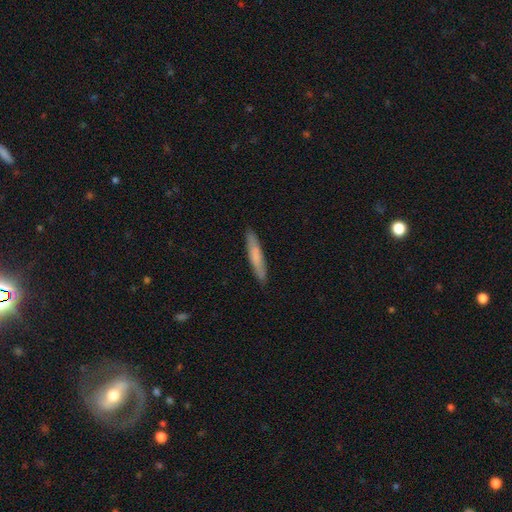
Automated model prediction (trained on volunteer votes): smooth-or-featured: smooth: 70% | featured or disk: 24% | star or artifact: 6%
  how-rounded: cigar-shaped: 93% | in between: 6% | round: 1%
  merging: none: 90% | minor disturbance: 8% | major disturbance: 1% | merger: 1%